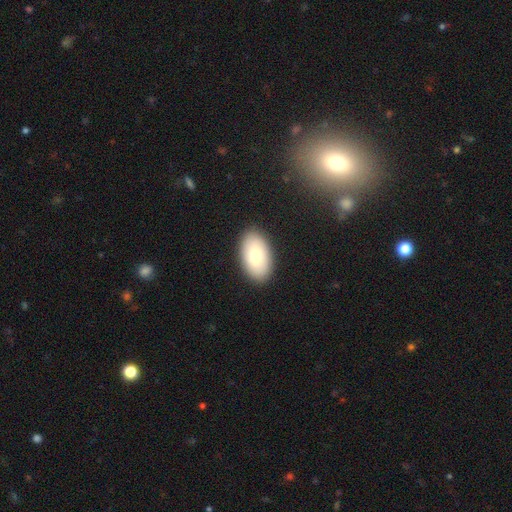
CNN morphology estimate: Smooth or featured? Predicted: smooth (p=0.78). How rounded? Predicted: in between (p=0.94). Merging? Predicted: none (p=0.89).